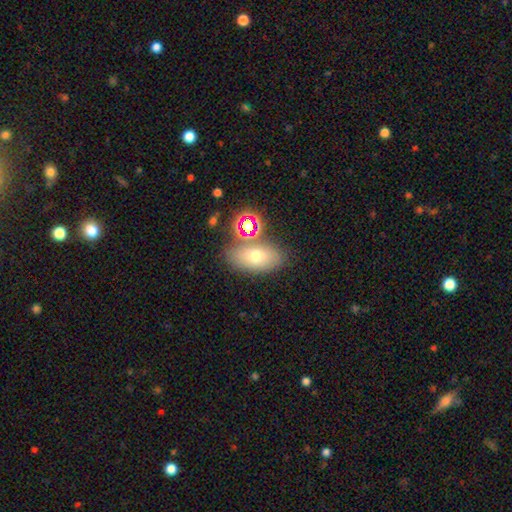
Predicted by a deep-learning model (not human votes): Smooth or featured?
  - smooth: 63% *
  - featured or disk: 20%
  - star or artifact: 17%
How rounded?
  - in between: 82% *
  - round: 15%
  - cigar-shaped: 3%
Merging?
  - none: 69% *
  - merger: 14%
  - minor disturbance: 13%
  - major disturbance: 5%